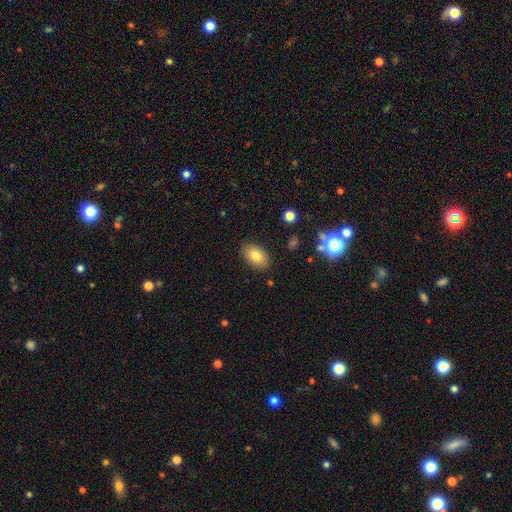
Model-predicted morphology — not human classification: This is likely a smooth galaxy (79%). How rounded: clearly in between (90%). Merging: clearly none (87%).